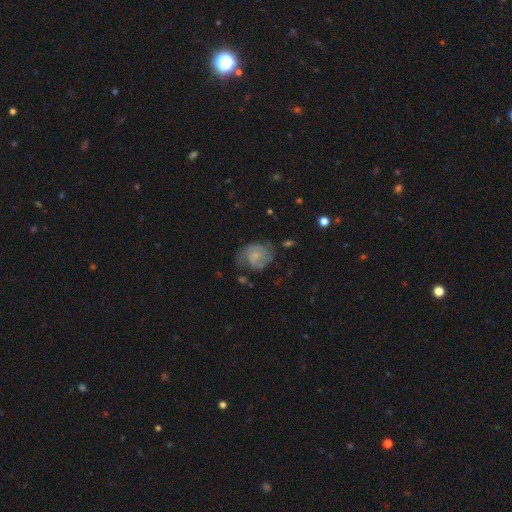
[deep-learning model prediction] featured or disk 49%, smooth 43%, star or artifact 8%. Down the decision tree: merging — none (51%).